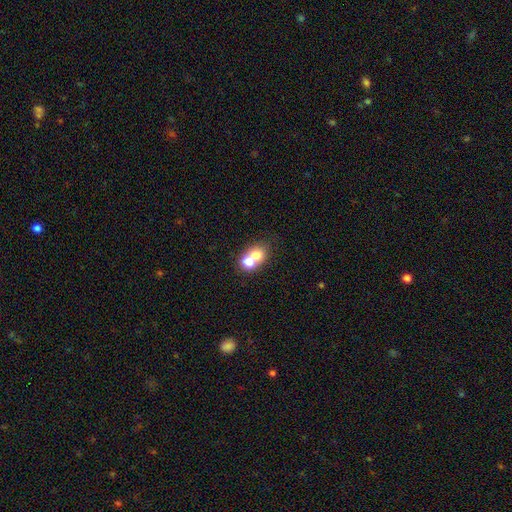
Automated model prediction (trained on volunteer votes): smooth 68%, featured or disk 20%, star or artifact 11%. Down the decision tree: how rounded — round (59%); merging — merger (65%).